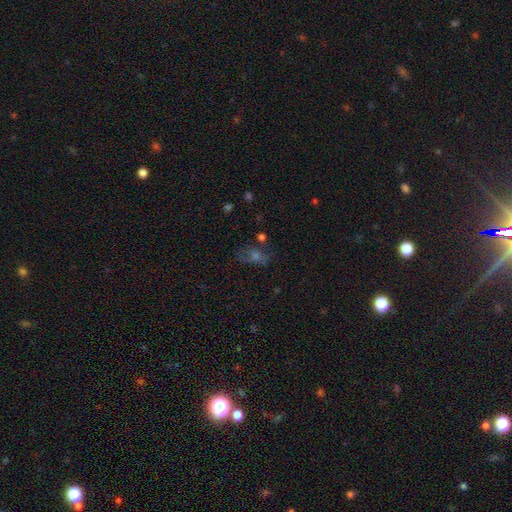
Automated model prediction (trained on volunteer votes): Smooth or featured?
  - smooth: 41% *
  - star or artifact: 31%
  - featured or disk: 28%
Merging?
  - none: 62% *
  - minor disturbance: 20%
  - major disturbance: 12%
  - merger: 7%